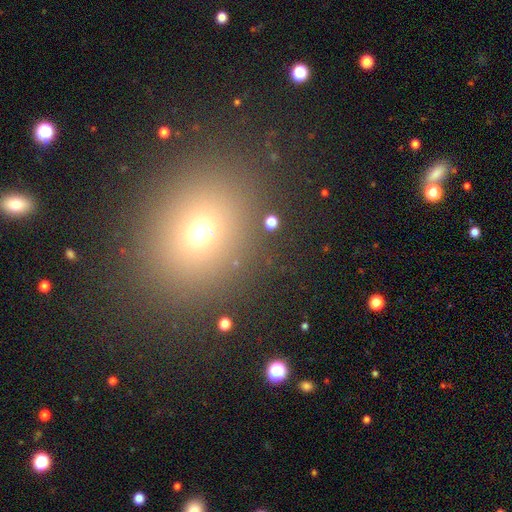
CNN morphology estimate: Smooth or featured? smooth (62%)
How rounded? round (69%)
Merging? none (86%)